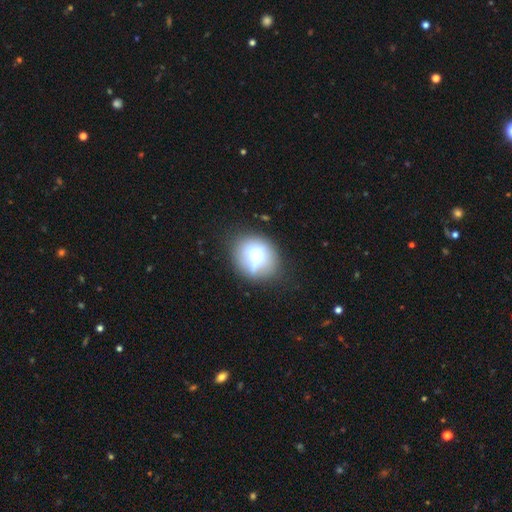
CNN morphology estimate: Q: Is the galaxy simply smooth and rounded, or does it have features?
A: smooth — 55%.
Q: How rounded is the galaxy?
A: round — 71%.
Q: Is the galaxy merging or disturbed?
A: none — 69%.